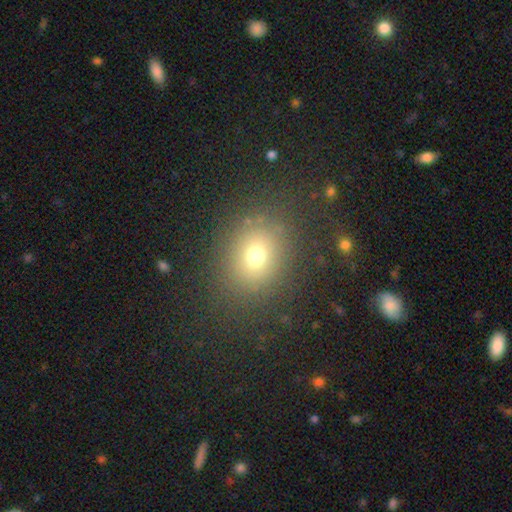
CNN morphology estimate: Smooth or featured?
  - smooth: 70% *
  - star or artifact: 18%
  - featured or disk: 12%
How rounded?
  - round: 65% *
  - in between: 34%
  - cigar-shaped: 1%
Merging?
  - none: 83% *
  - minor disturbance: 9%
  - major disturbance: 5%
  - merger: 2%